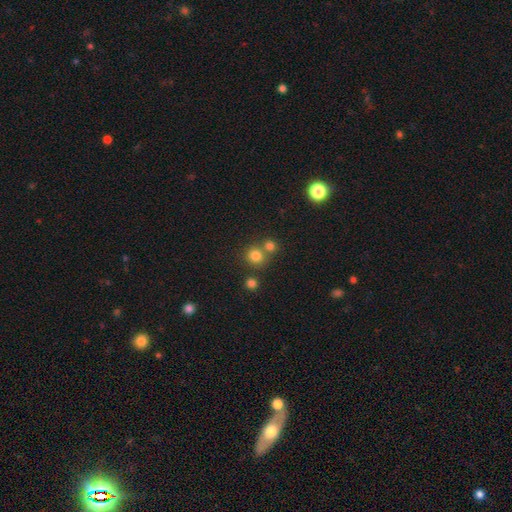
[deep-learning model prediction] Smooth or featured?
  - smooth: 77% *
  - star or artifact: 16%
  - featured or disk: 7%
How rounded?
  - round: 87% *
  - in between: 13%
  - cigar-shaped: 1%
Merging?
  - none: 61% *
  - merger: 29%
  - minor disturbance: 7%
  - major disturbance: 3%